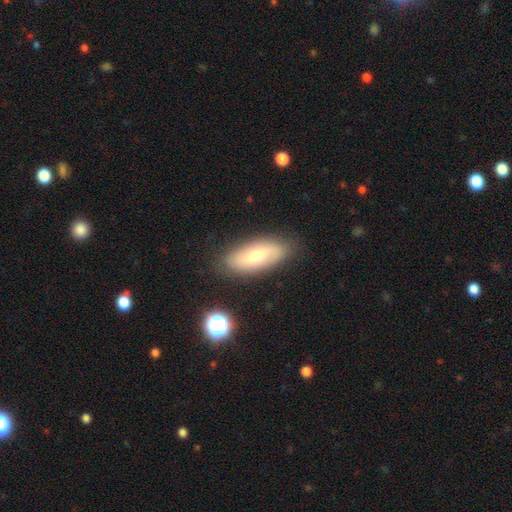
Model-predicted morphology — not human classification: Smooth or featured? smooth (54%)
How rounded? in between (80%)
Merging? none (81%)